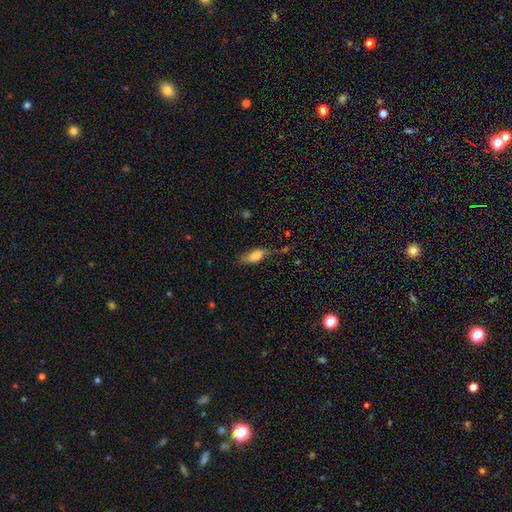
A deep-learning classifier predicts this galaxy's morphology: A smooth galaxy with no disk features (72%) that is in between round and cigar-shaped (75%).

Vote fractions:
- Smooth or featured? smooth: 72% / featured or disk: 20% / star or artifact: 8%
- How rounded? in between: 75% / cigar-shaped: 22% / round: 3%
- Merging? none: 52% / minor disturbance: 29% / major disturbance: 13% / merger: 5%